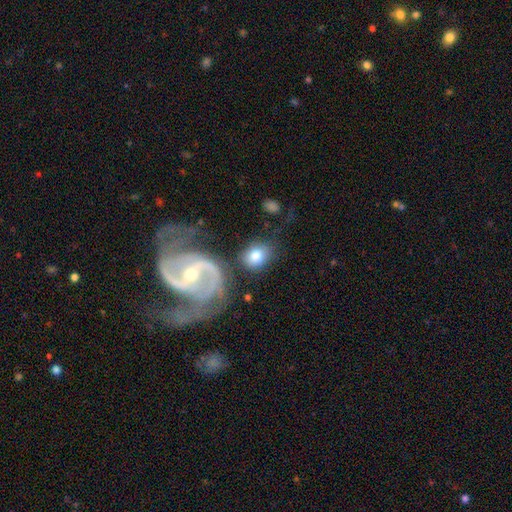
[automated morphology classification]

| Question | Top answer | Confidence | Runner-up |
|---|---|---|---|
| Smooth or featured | smooth | 72% | featured or disk (21%) |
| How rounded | round | 55% | in between (44%) |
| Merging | none | 62% | minor disturbance (16%) |